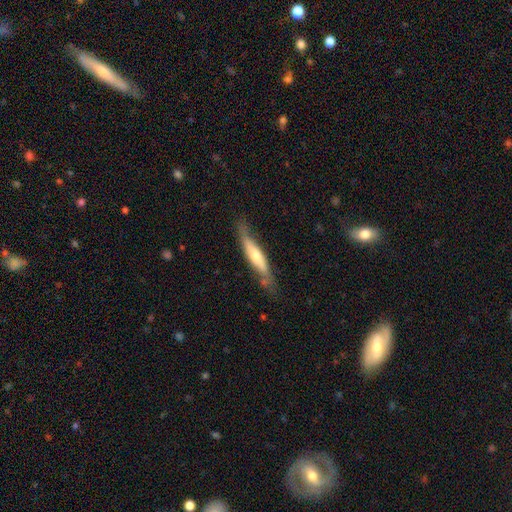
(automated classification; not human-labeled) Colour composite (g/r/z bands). It shows a featured or disk galaxy (56%) viewed edge-on (75%). Merging: none (71%).